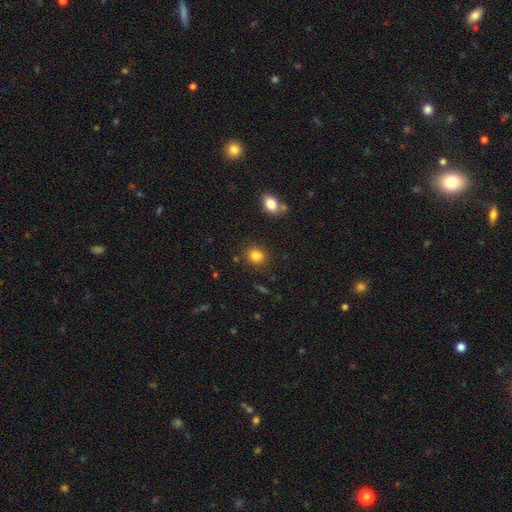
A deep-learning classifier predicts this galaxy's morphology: Smooth or featured: smooth — 82% (star or artifact — 12%)
How rounded: round — 67% (in between — 32%)
Merging: none — 81% (minor disturbance — 11%)